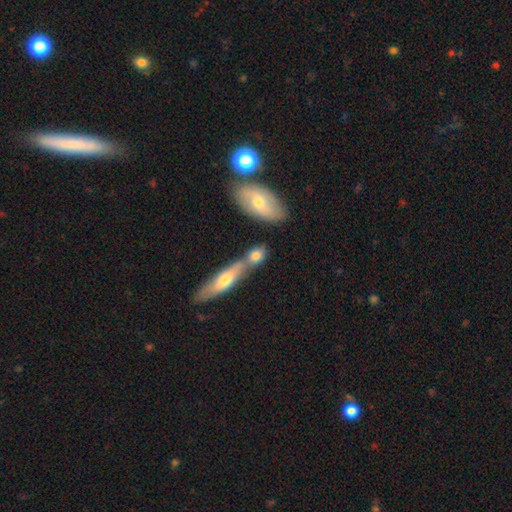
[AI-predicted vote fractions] Smooth or featured? smooth (71%)
How rounded? in between (60%)
Merging? merger (45%)